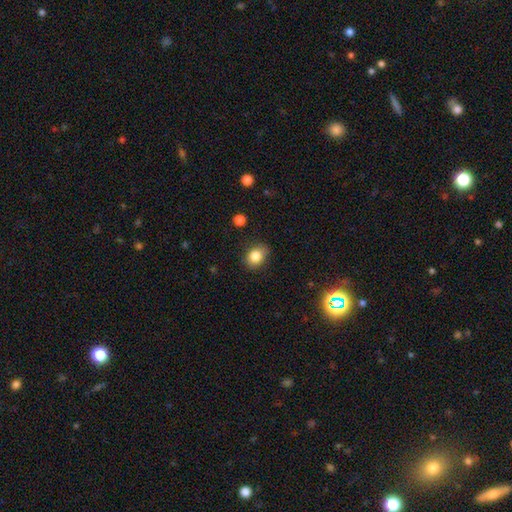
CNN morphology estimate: smooth 83%, star or artifact 10%, featured or disk 7%. Down the decision tree: how rounded — in between (52%); merging — none (82%).